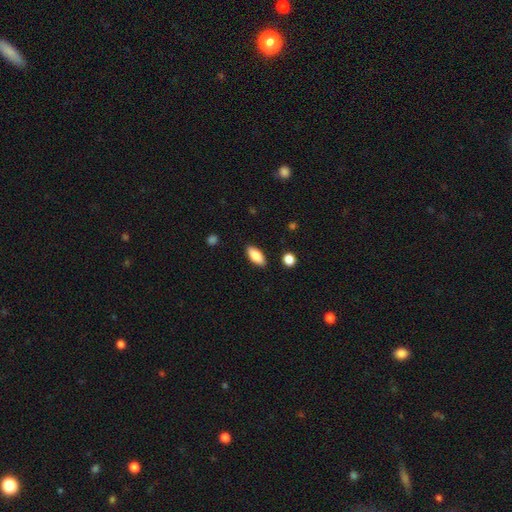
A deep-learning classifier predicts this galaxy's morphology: type=smooth (86%); roundness=in between (83%); merging=none (87%).